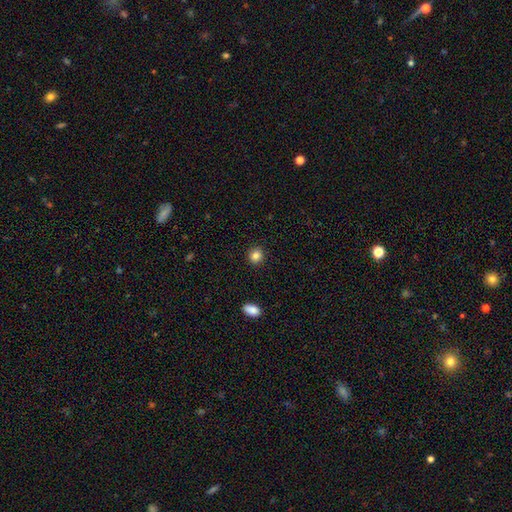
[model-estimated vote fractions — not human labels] A smooth galaxy with no disk features (85%) that is round (83%).

Vote fractions:
- Smooth or featured? smooth: 85% / star or artifact: 10% / featured or disk: 5%
- How rounded? round: 83% / in between: 16% / cigar-shaped: 1%
- Merging? none: 91% / minor disturbance: 6% / major disturbance: 2% / merger: 1%